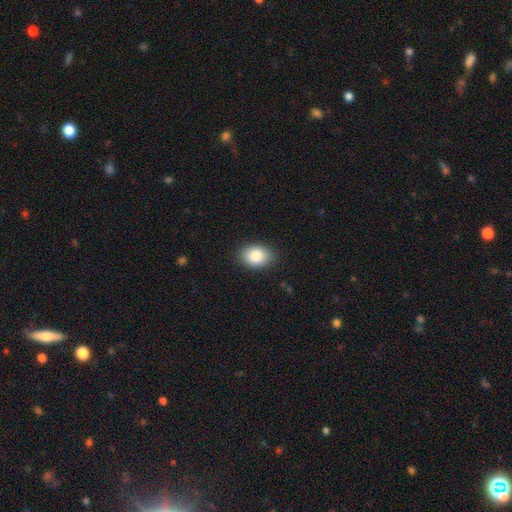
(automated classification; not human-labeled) Smooth or featured: smooth — 86% (star or artifact — 8%)
How rounded: in between — 76% (round — 23%)
Merging: none — 87% (minor disturbance — 9%)